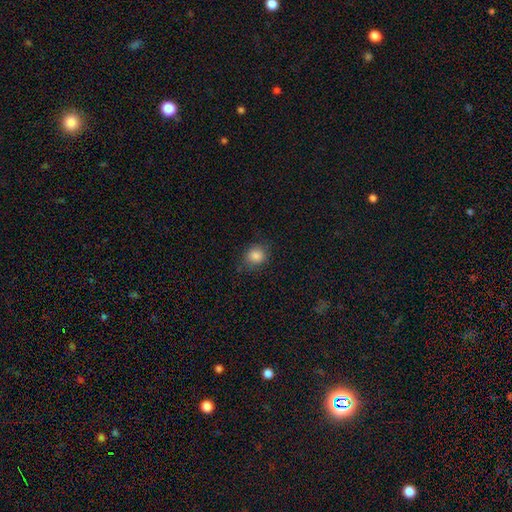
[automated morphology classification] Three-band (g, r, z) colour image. It shows a smooth galaxy with no disk features (85%) that is round (77%). Merging: none (79%).